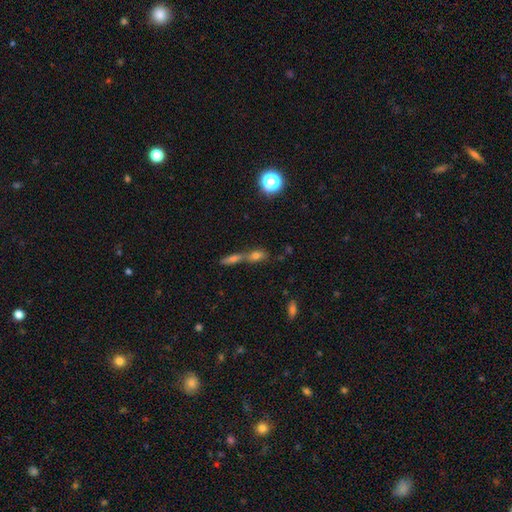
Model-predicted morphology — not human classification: type=smooth (41%); merging=none (50%).